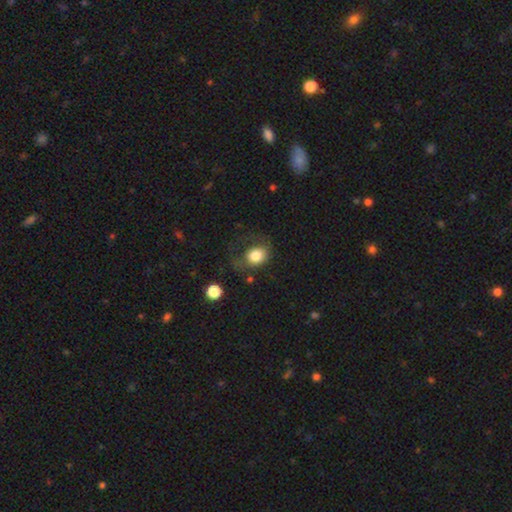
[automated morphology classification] type=smooth (78%); roundness=round (55%); merging=none (40%).